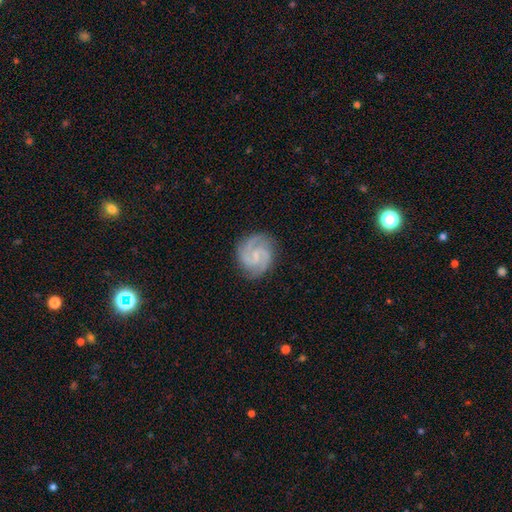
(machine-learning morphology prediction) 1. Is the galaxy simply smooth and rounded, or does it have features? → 88% featured or disk, 7% smooth, 5% star or artifact.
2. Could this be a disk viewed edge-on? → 98% no, 2% yes.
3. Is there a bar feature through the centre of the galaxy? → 50% weak, 40% no, 10% strong.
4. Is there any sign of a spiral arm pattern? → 98% yes, 2% no.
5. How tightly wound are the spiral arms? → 49% medium, 43% tight, 8% loose.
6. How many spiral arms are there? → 68% 2, 19% 3, 5% can't tell, 3% 4, 2% 1, 2% more than 4.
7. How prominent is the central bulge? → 64% small, 20% none, 15% moderate, 1% large, 1% dominant.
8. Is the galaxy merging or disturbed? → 84% none, 12% minor disturbance, 3% major disturbance, 1% merger.